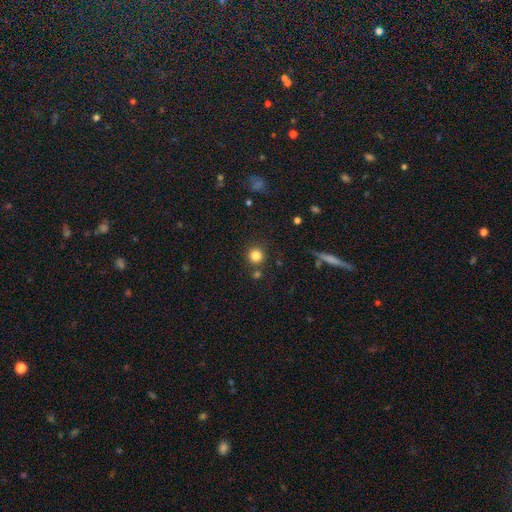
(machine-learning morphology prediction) Q: Smooth or featured?
A: smooth (82%); runner-up: star or artifact (13%)
Q: How rounded?
A: round (94%); runner-up: in between (5%)
Q: Merging?
A: none (83%); runner-up: minor disturbance (7%)